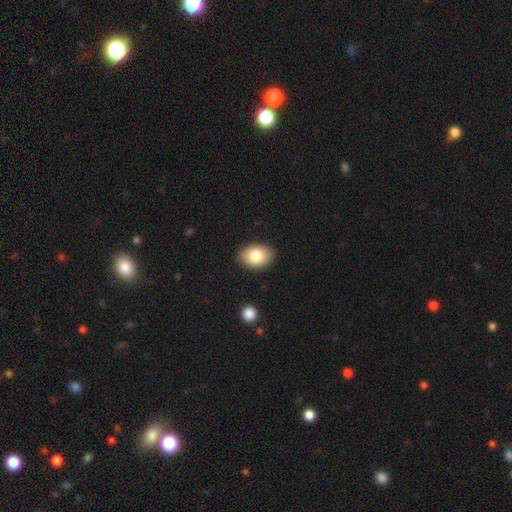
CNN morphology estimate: smooth 82%, featured or disk 11%, star or artifact 7%. Down the decision tree: how rounded — in between (83%); merging — none (88%).